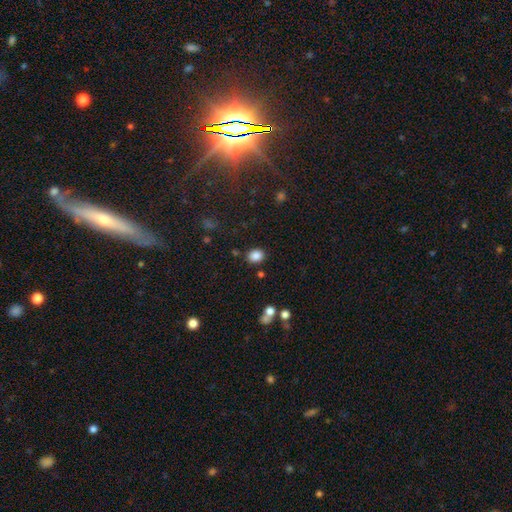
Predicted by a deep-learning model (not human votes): This is clearly a smooth galaxy (85%). How rounded: possibly in between (51%). Merging: clearly none (83%).